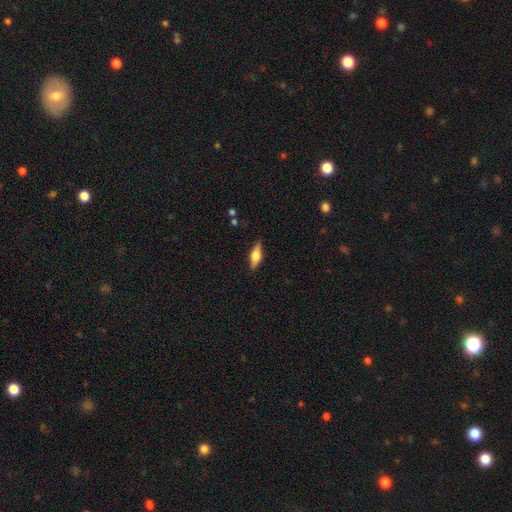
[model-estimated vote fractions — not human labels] Smooth or featured? Predicted: featured or disk (p=0.48). Merging? Predicted: none (p=0.86).